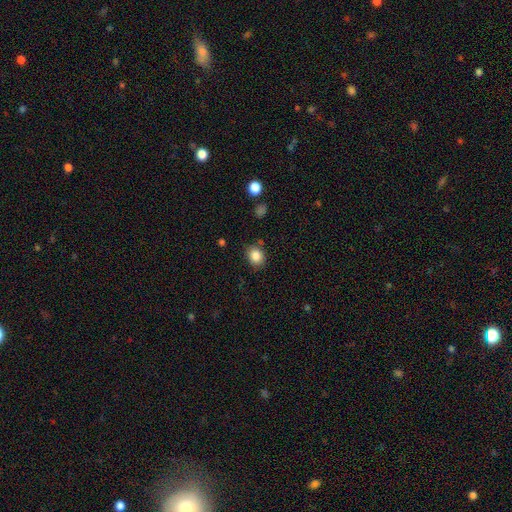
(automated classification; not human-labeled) This appears to be a smooth galaxy with no disk features (85%) that is round (55%). Merging: none (81%).